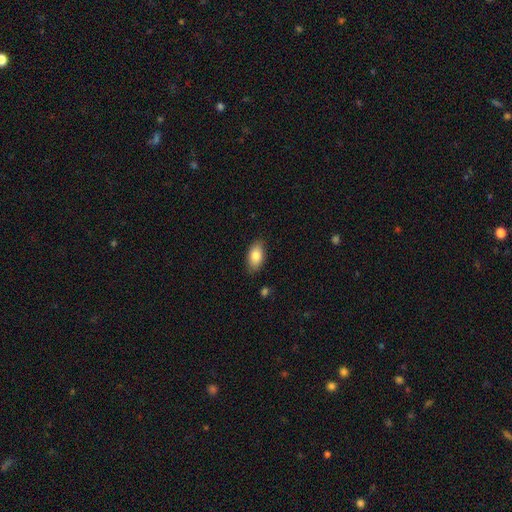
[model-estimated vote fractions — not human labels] smooth 83%, featured or disk 10%, star or artifact 7%. Down the decision tree: how rounded — in between (92%); merging — none (85%).